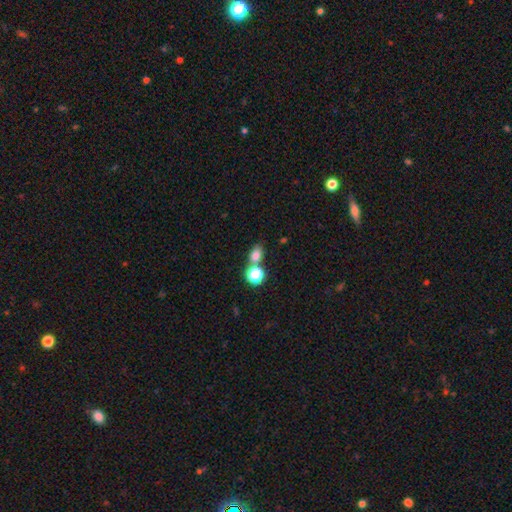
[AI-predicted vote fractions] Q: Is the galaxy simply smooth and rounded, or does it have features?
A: smooth — 76%.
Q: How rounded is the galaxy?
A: in between — 62%.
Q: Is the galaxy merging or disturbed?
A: none — 60%.